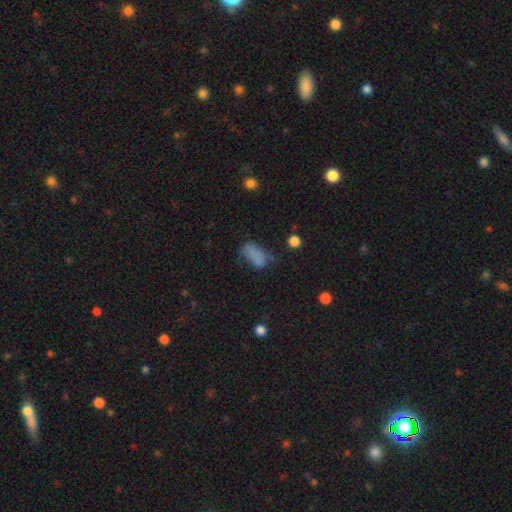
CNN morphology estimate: The model was most divided on "merging": none: 32%, major disturbance: 31%, minor disturbance: 30%, merger: 7%. More confident: how rounded — in between (87%); smooth or featured — smooth (71%).